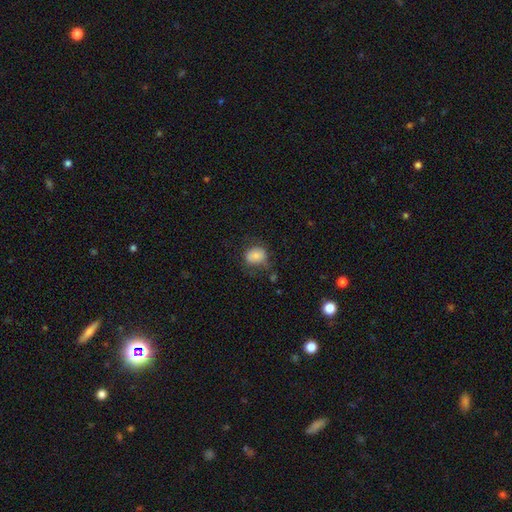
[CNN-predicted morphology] Q: Smooth or featured?
A: smooth (77%); runner-up: featured or disk (14%)
Q: How rounded?
A: round (54%); runner-up: in between (45%)
Q: Merging?
A: none (57%); runner-up: minor disturbance (26%)